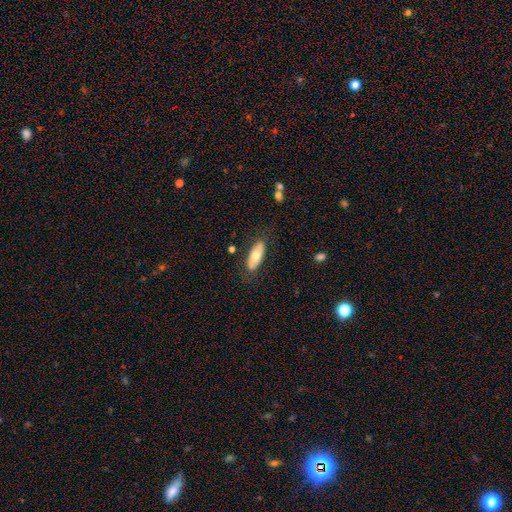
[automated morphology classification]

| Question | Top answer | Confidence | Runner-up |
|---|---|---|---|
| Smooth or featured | smooth | 65% | featured or disk (29%) |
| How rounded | in between | 81% | cigar-shaped (17%) |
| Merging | none | 80% | minor disturbance (14%) |